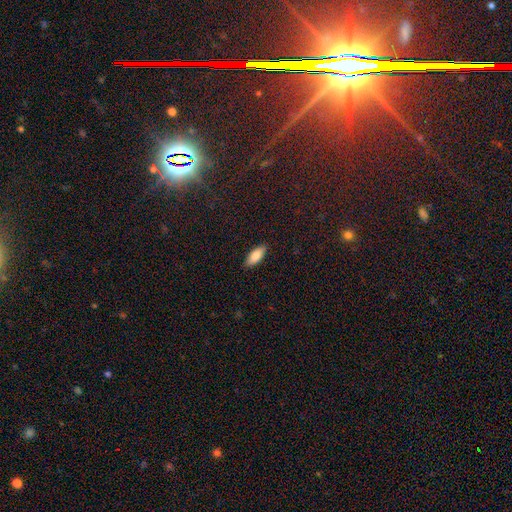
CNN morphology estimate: Smooth or featured? Predicted: smooth (p=0.84). How rounded? Predicted: in between (p=0.78). Merging? Predicted: none (p=0.89).